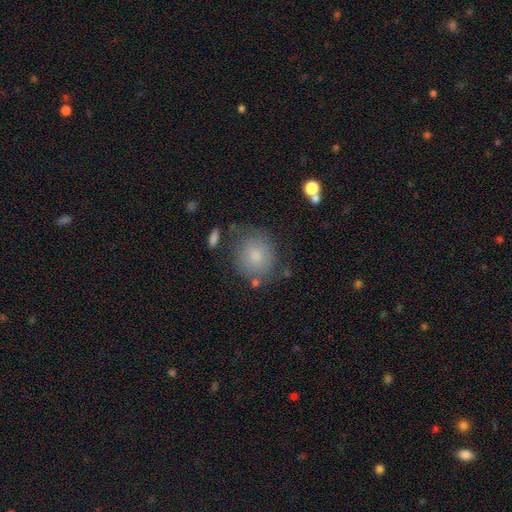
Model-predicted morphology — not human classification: Smooth or featured: smooth — 76% (featured or disk — 15%)
How rounded: round — 83% (in between — 16%)
Merging: none — 71% (minor disturbance — 18%)